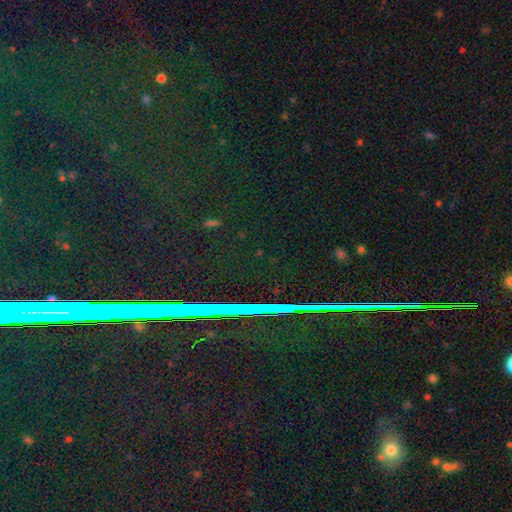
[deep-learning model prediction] Q: Smooth or featured?
A: star or artifact (83%); runner-up: featured or disk (9%)